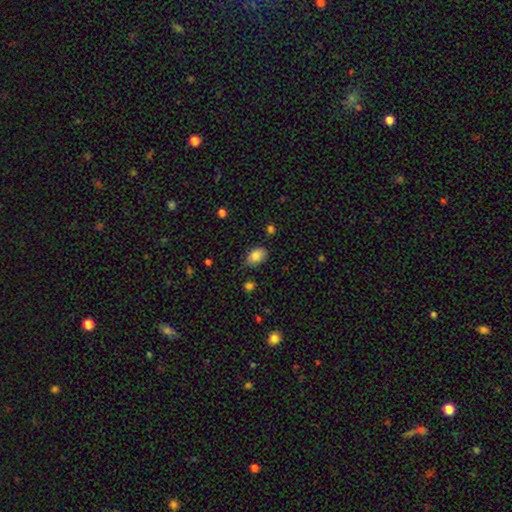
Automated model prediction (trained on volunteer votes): This is clearly a smooth galaxy (85%). How rounded: clearly in between (86%). Merging: likely none (72%).